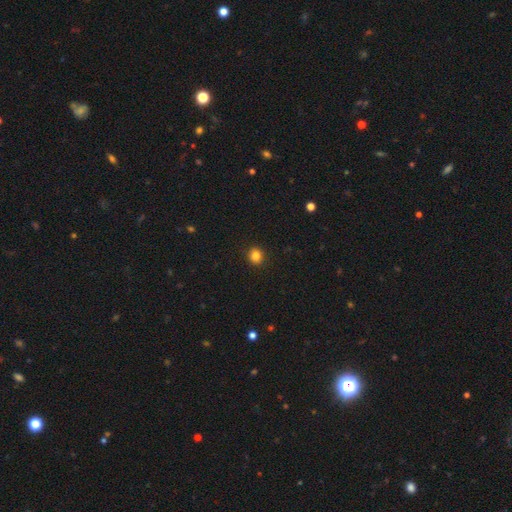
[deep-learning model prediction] Overall: smooth (84%). How rounded: round (82%). Merging: none (92%).